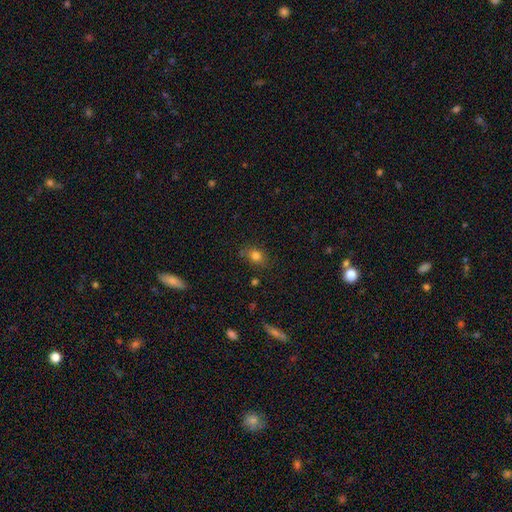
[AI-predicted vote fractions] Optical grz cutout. It shows a smooth galaxy with no disk features (79%) that is in between round and cigar-shaped (59%). Merging: none (75%).